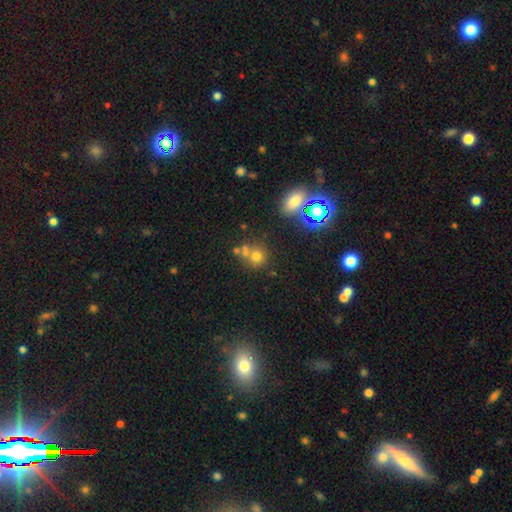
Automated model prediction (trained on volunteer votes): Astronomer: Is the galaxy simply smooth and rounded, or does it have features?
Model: smooth — 66%.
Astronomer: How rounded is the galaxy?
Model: round — 85%.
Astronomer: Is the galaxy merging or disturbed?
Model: none — 53% (runner-up: merger, 31%).